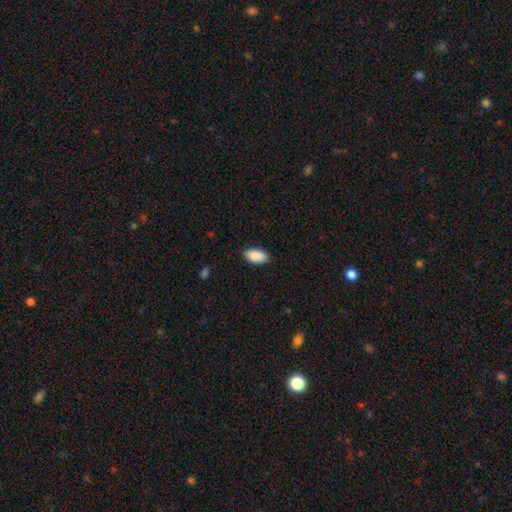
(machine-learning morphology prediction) Q: Smooth or featured?
A: smooth (90%); runner-up: star or artifact (6%)
Q: How rounded?
A: in between (95%); runner-up: round (3%)
Q: Merging?
A: none (88%); runner-up: minor disturbance (9%)